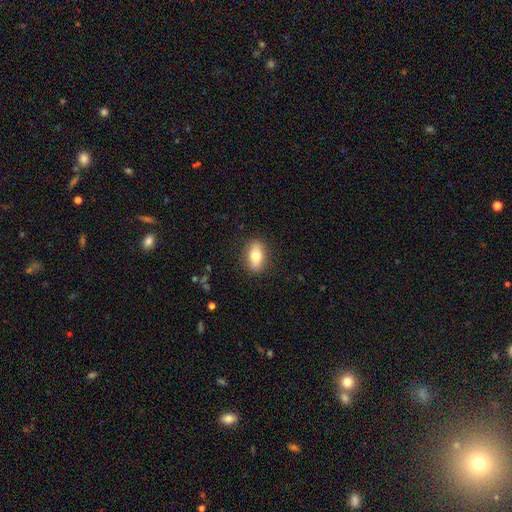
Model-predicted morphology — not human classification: Q: Smooth or featured?
A: smooth (73%); runner-up: featured or disk (20%)
Q: How rounded?
A: in between (81%); runner-up: round (13%)
Q: Merging?
A: none (85%); runner-up: minor disturbance (11%)